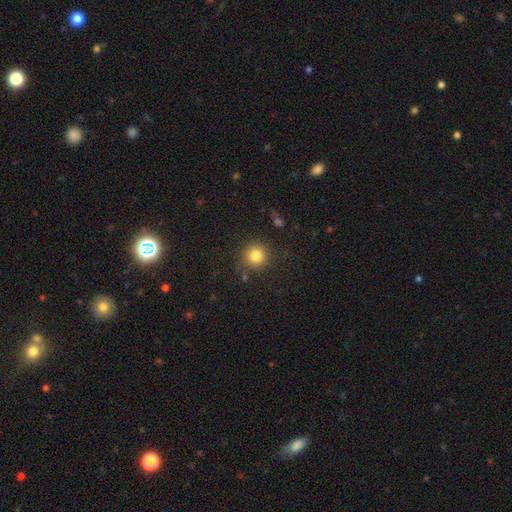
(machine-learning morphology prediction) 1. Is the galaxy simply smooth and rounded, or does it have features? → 82% smooth, 11% star or artifact, 6% featured or disk.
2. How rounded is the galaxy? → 93% round, 6% in between, 1% cigar-shaped.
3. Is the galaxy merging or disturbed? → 83% none, 10% minor disturbance, 4% major disturbance, 3% merger.